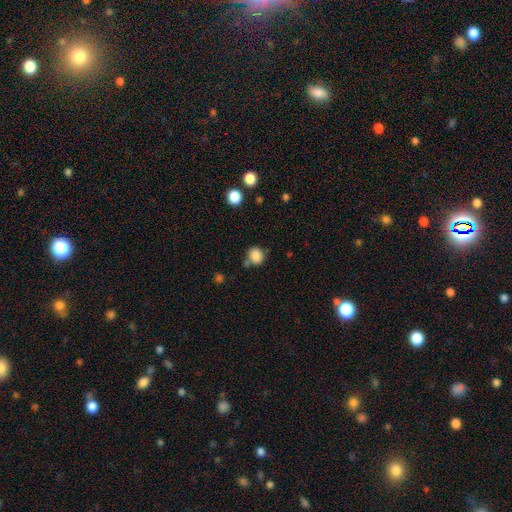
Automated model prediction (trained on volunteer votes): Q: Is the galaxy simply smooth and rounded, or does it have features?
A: smooth — 85%.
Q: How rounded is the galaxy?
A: round — 82%.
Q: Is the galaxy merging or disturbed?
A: none — 68%.